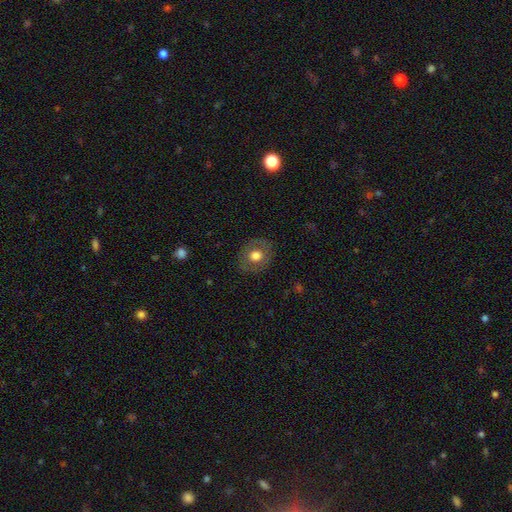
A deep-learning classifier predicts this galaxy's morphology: A smooth galaxy with no disk features (61%) that is round (65%).

Vote fractions:
- Smooth or featured? smooth: 61% / featured or disk: 31% / star or artifact: 8%
- How rounded? round: 65% / in between: 35% / cigar-shaped: 1%
- Merging? none: 83% / minor disturbance: 11% / major disturbance: 5% / merger: 1%